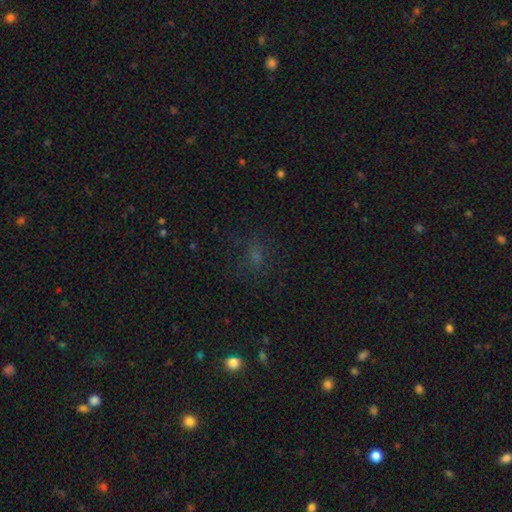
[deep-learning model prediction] smooth 43%, star or artifact 42%, featured or disk 15%. Down the decision tree: merging — none (74%).